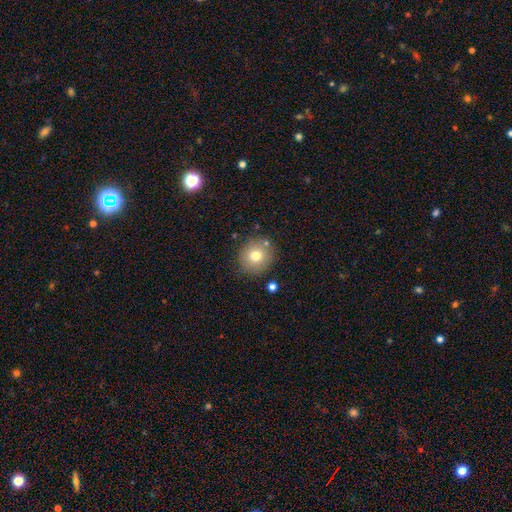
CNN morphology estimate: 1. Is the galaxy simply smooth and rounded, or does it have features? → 75% smooth, 14% featured or disk, 11% star or artifact.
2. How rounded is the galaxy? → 89% round, 10% in between, 1% cigar-shaped.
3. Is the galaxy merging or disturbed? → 82% none, 10% minor disturbance, 5% merger, 3% major disturbance.